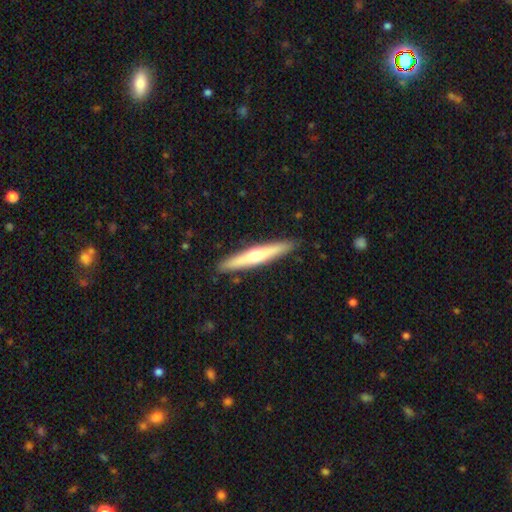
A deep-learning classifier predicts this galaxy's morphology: Overall: featured or disk (56%; smooth 39%). Edge-on disk: yes (96%). Edge-on bulge: rounded (87%). Merging: none (91%).